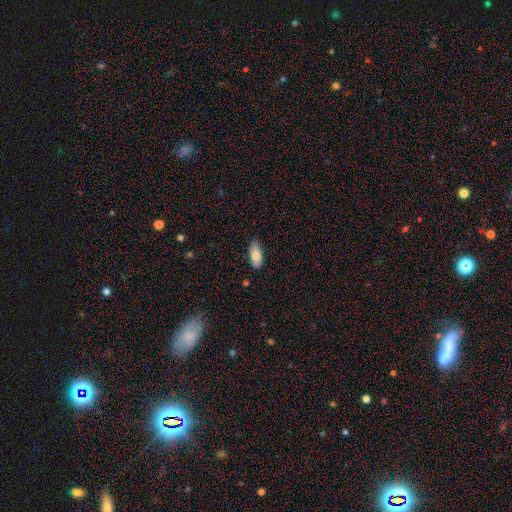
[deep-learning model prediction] Smooth or featured? smooth (84%)
How rounded? in between (88%)
Merging? none (81%)